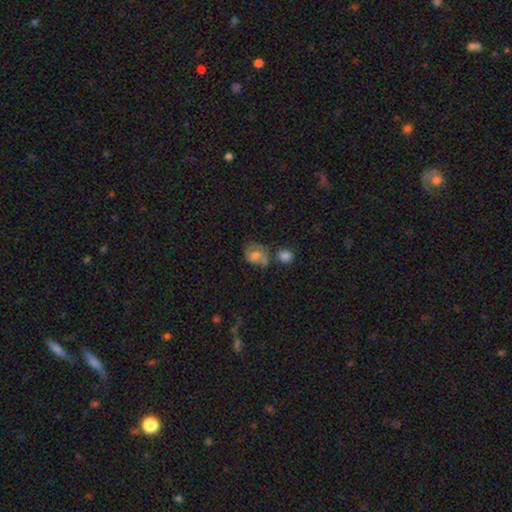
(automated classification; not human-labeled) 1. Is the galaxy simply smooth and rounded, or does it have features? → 59% smooth, 29% featured or disk, 12% star or artifact.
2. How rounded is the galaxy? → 57% in between, 42% round, 1% cigar-shaped.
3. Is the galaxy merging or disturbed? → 37% none, 25% minor disturbance, 22% merger, 16% major disturbance.